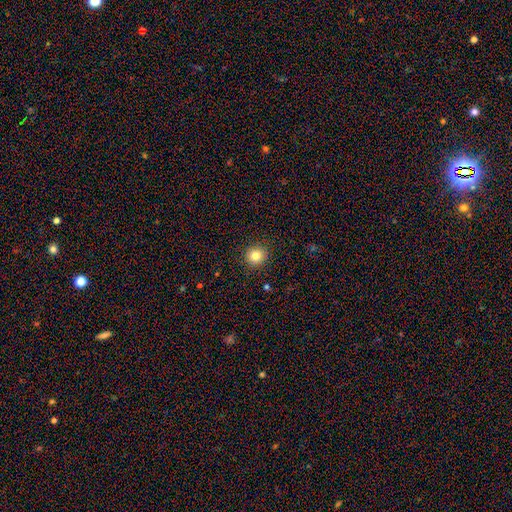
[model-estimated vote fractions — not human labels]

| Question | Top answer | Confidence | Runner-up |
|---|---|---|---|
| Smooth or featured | smooth | 82% | star or artifact (12%) |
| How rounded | round | 91% | in between (8%) |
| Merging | none | 92% | minor disturbance (6%) |